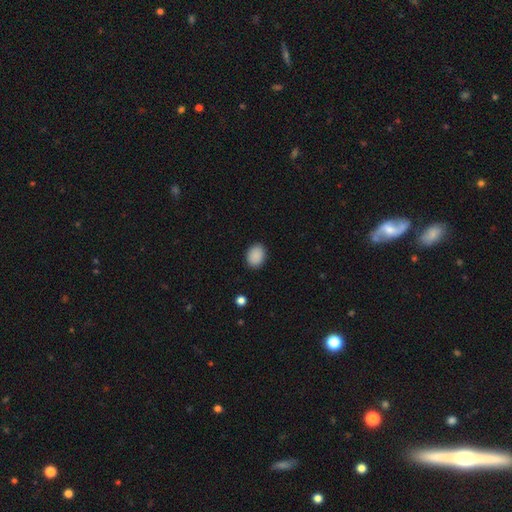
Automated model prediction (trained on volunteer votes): Q: Smooth or featured?
A: smooth (90%); runner-up: star or artifact (8%)
Q: How rounded?
A: in between (67%); runner-up: round (32%)
Q: Merging?
A: none (89%); runner-up: minor disturbance (8%)